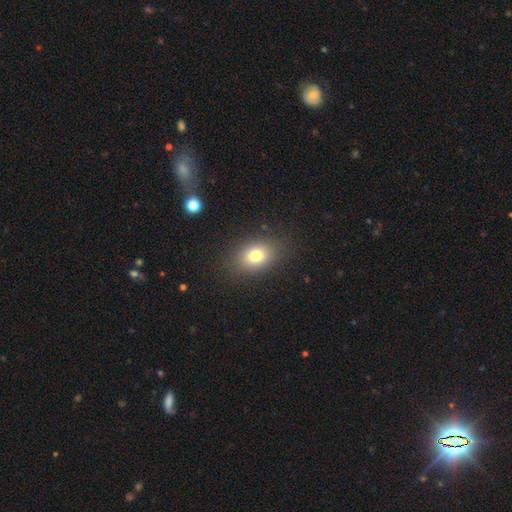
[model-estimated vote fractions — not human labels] Smooth or featured? Predicted: smooth (p=0.77). How rounded? Predicted: in between (p=0.69). Merging? Predicted: none (p=0.86).